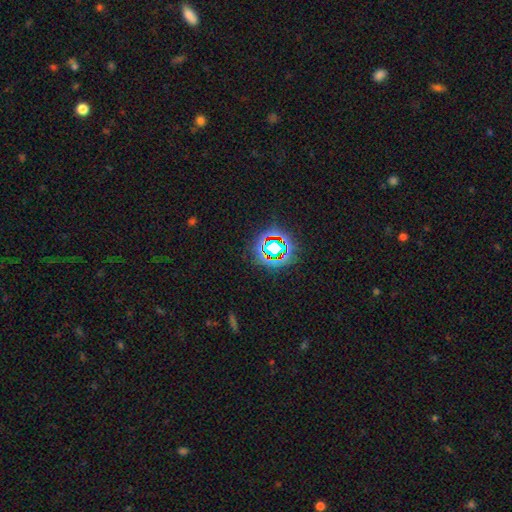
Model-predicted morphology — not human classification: Smooth or featured? Predicted: star or artifact (p=0.76).